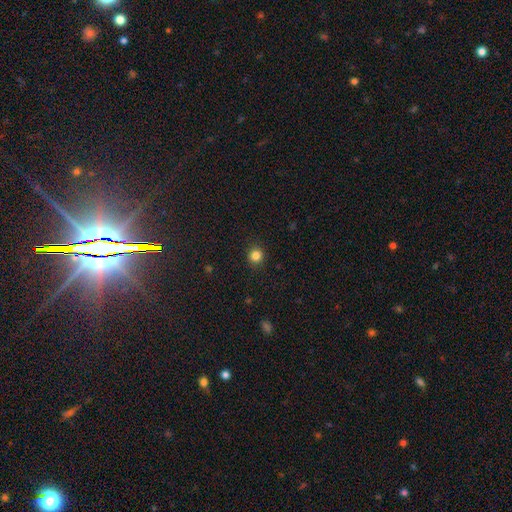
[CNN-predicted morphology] smooth 83%, star or artifact 12%, featured or disk 4%. Down the decision tree: how rounded — round (91%); merging — none (91%).